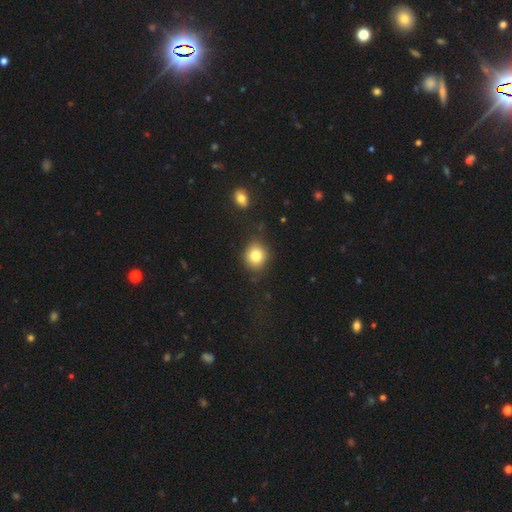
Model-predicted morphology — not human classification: smooth 81%, star or artifact 10%, featured or disk 9%. Down the decision tree: how rounded — round (77%); merging — none (81%).